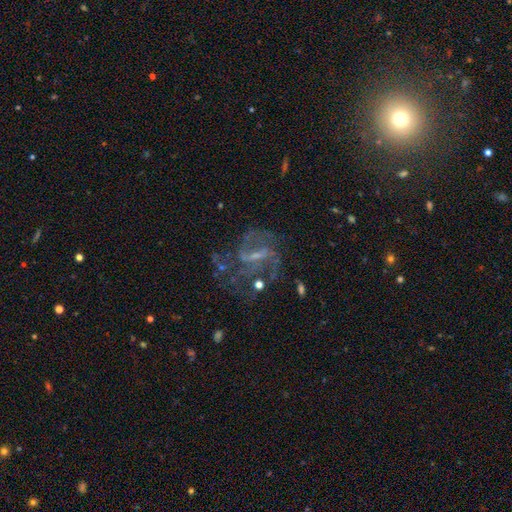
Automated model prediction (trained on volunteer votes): This is likely a featured or disk galaxy (76%). It is clearly not viewed edge-on (95%). Bar: possibly weak (45%). Spiral arm pattern: clearly yes (82%). Spiral arm count: marginally 2 (40%). Spiral winding: marginally medium (45%). Central bulge: possibly small (53%). Merging: possibly none (52%).